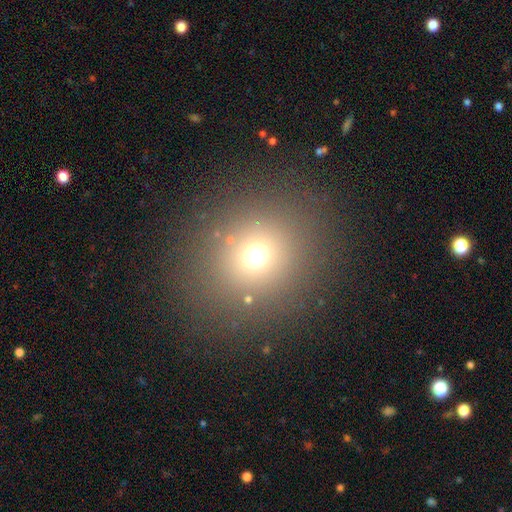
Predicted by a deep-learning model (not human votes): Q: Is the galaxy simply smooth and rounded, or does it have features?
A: smooth — 67%.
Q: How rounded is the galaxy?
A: round — 86%.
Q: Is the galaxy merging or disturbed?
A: none — 85%.